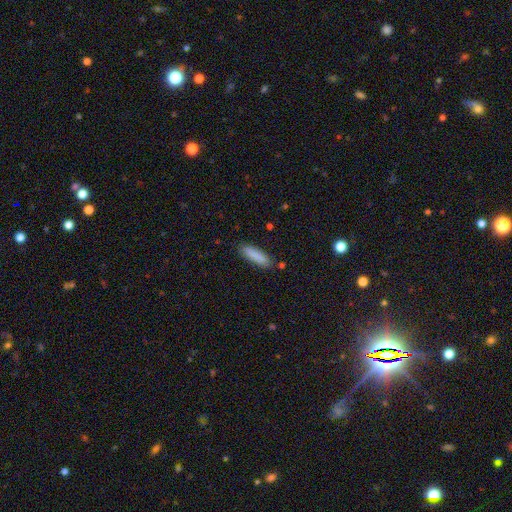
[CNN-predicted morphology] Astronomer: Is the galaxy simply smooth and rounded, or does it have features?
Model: smooth — 86%.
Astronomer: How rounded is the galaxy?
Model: cigar-shaped — 67%.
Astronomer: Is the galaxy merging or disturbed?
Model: none — 85%.